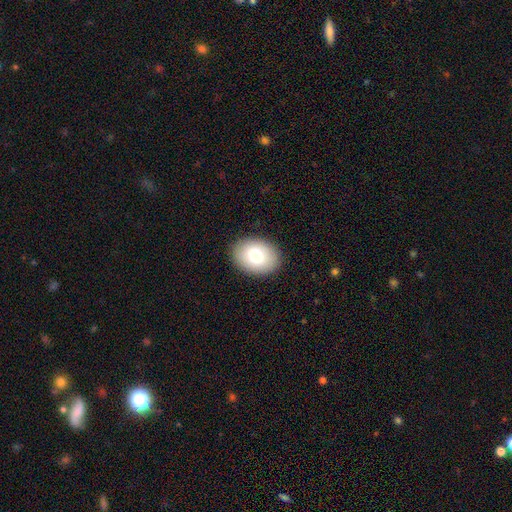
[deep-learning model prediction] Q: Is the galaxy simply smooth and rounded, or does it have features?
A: smooth — 77%.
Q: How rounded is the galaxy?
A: in between — 75%.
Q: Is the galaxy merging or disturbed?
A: none — 89%.